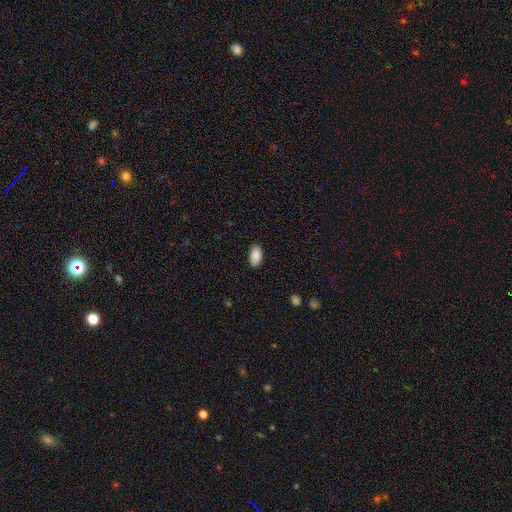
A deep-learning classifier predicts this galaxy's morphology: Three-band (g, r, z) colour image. It shows a smooth galaxy with no disk features (89%) that is in between round and cigar-shaped (95%). Merging: none (88%).